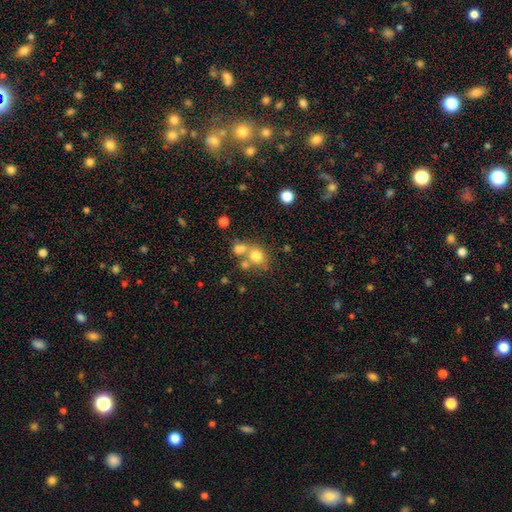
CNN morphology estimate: type=smooth (73%); roundness=round (71%); merging=none (46%).